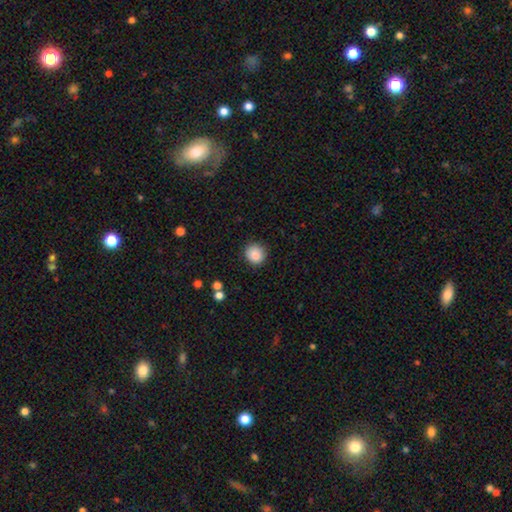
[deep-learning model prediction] Overall: smooth (85%). How rounded: round (88%). Merging: none (88%).